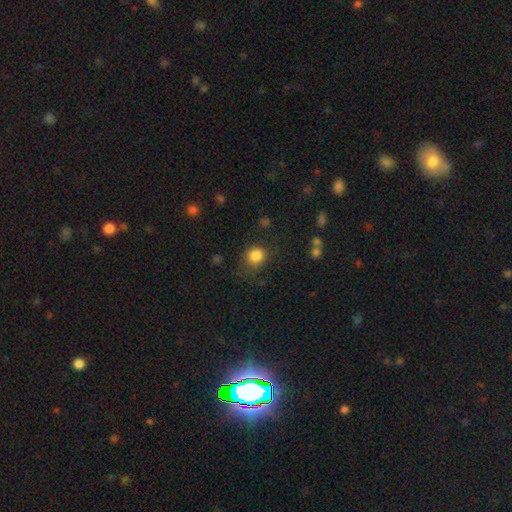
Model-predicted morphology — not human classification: type=smooth (85%); roundness=round (79%); merging=none (74%).